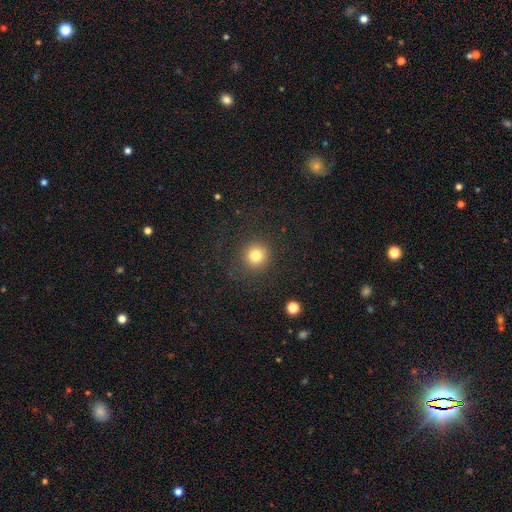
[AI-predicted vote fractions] smooth_or_featured: smooth (p=0.79) [alt: star or artifact p=0.14]
how_rounded: round (p=0.92) [alt: in between p=0.07]
merging: none (p=0.86) [alt: minor disturbance p=0.08]